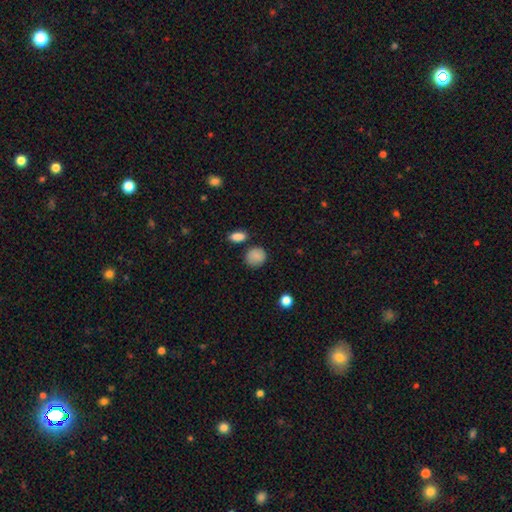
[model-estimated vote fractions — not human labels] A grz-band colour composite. It shows a smooth galaxy with no disk features (86%) that is round (77%). Merging: none (75%).